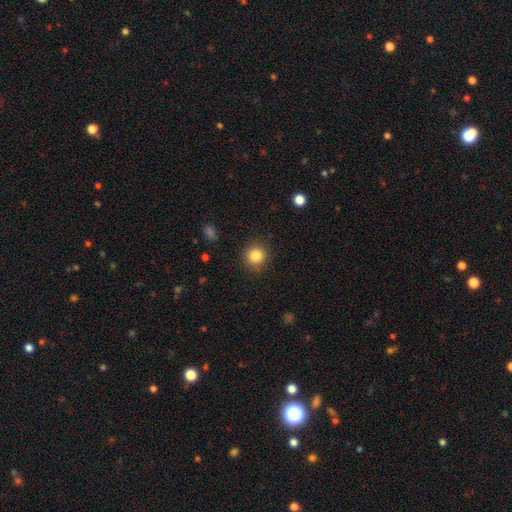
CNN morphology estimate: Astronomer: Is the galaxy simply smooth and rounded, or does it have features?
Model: smooth — 84%.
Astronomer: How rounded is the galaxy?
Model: round — 90%.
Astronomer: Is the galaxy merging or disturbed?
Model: none — 89%.